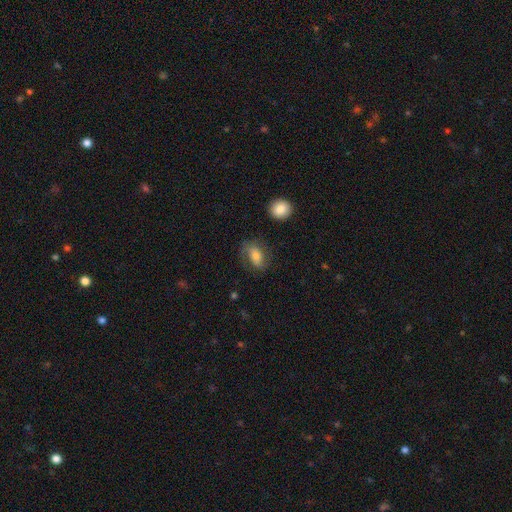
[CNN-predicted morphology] Smooth or featured? Predicted: smooth (p=0.59). How rounded? Predicted: in between (p=0.80). Merging? Predicted: none (p=0.66).